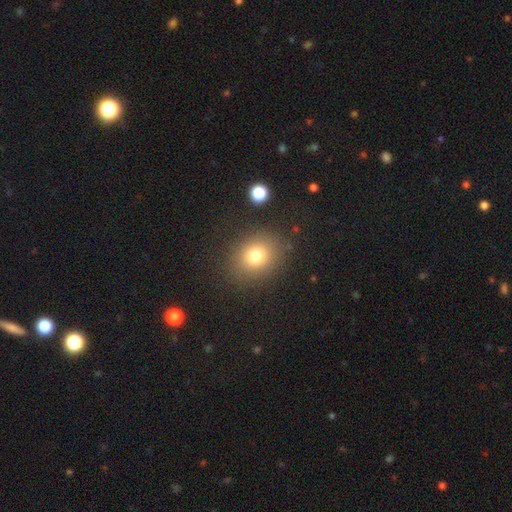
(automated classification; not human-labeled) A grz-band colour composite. It shows a smooth galaxy with no disk features (77%) that is round (63%). Merging: none (84%).